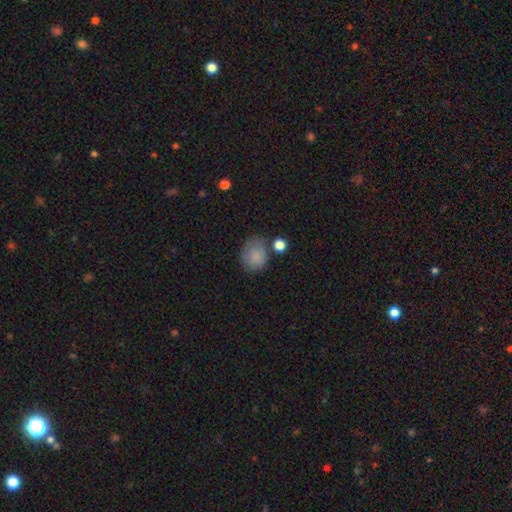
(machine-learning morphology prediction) This appears to be a smooth galaxy with no disk features (83%) that is round (63%). Merging: none (62%).